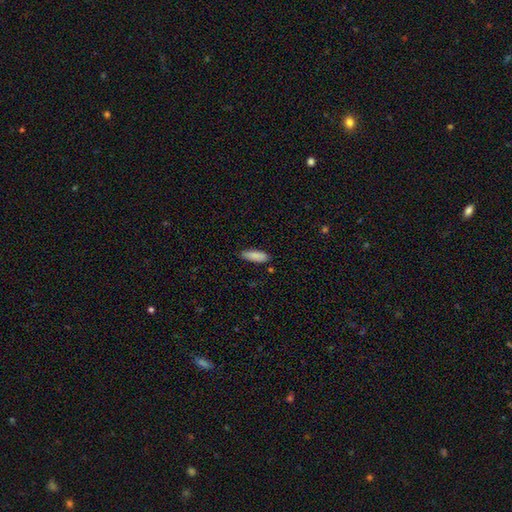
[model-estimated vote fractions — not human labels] Smooth or featured? smooth (88%)
How rounded? in between (63%)
Merging? none (85%)